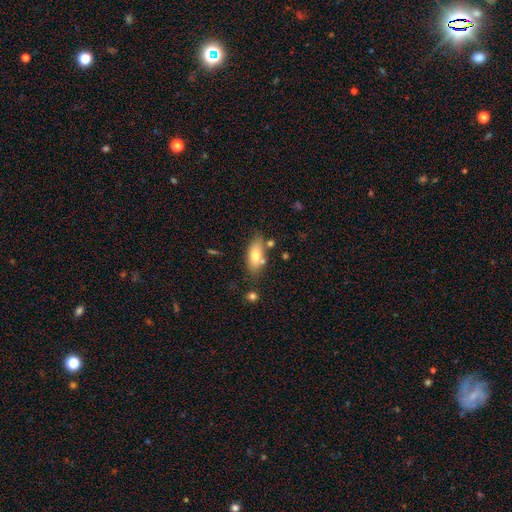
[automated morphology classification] Q: Smooth or featured?
A: smooth (73%); runner-up: featured or disk (20%)
Q: How rounded?
A: in between (84%); runner-up: cigar-shaped (13%)
Q: Merging?
A: none (71%); runner-up: minor disturbance (16%)